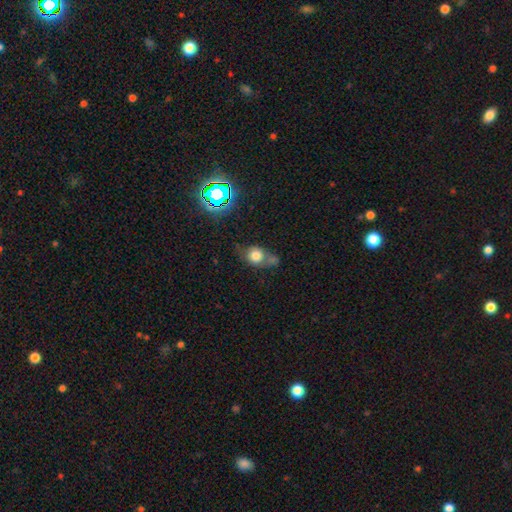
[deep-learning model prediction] smooth-or-featured: smooth: 70% | featured or disk: 15% | star or artifact: 15%
  how-rounded: round: 62% | in between: 36% | cigar-shaped: 2%
  merging: none: 41% | merger: 27% | minor disturbance: 21% | major disturbance: 11%